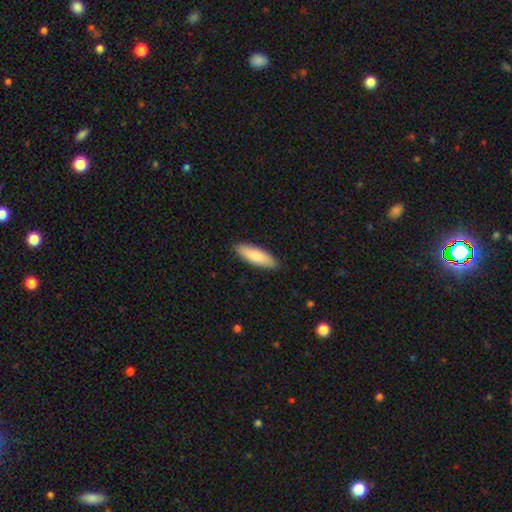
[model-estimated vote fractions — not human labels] This appears to be a smooth galaxy with no disk features (83%) that is in between round and cigar-shaped (53%). Merging: none (89%).